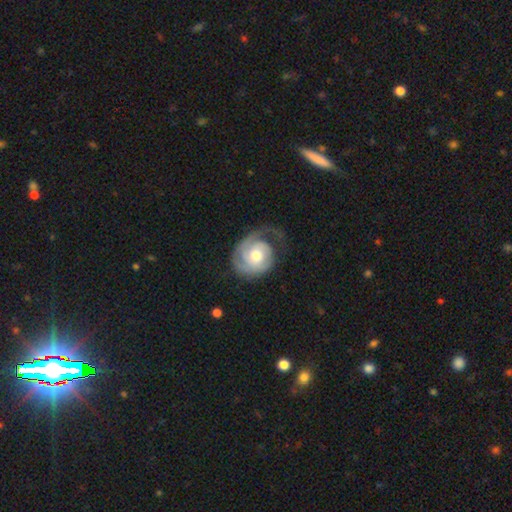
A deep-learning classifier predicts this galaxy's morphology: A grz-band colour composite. It shows a featured or disk galaxy (76%) with no bar (73%), 1 (48%) tight (57%) spiral arms (92%) and a moderate central bulge (68%). Merging: none (48%).